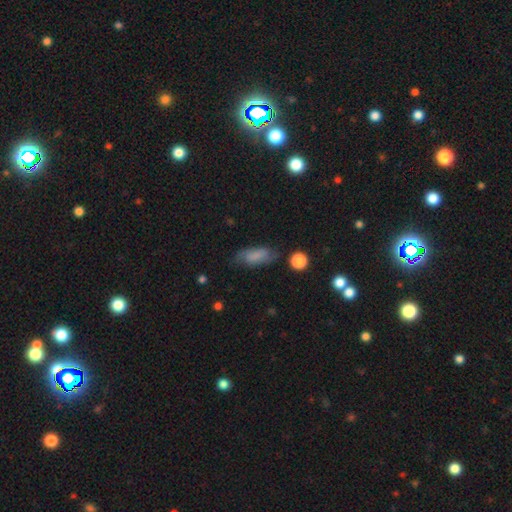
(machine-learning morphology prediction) smooth_or_featured: smooth (p=0.66) [alt: featured or disk p=0.24]
how_rounded: in between (p=0.78) [alt: cigar-shaped p=0.18]
merging: none (p=0.66) [alt: minor disturbance p=0.23]